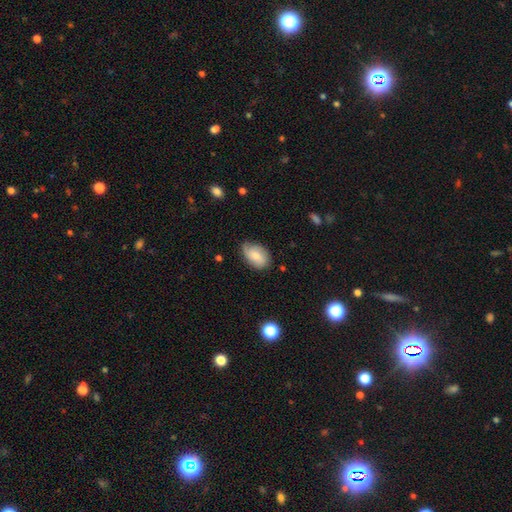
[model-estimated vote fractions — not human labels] The model was most divided on "smooth or featured": smooth: 56%, featured or disk: 36%, star or artifact: 8%. More confident: how rounded — in between (84%); merging — none (65%).